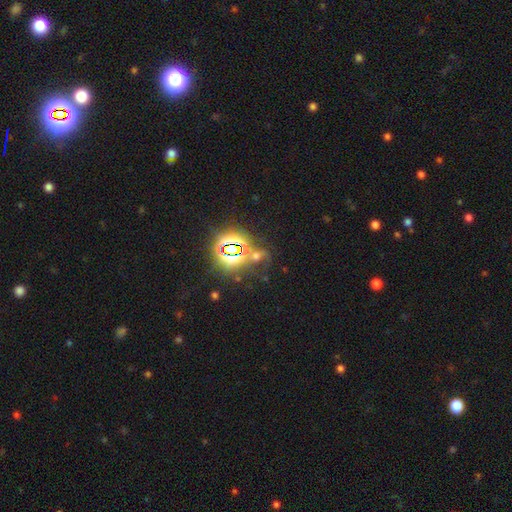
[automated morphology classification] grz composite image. It shows a star or artifact, not a galaxy (66%).